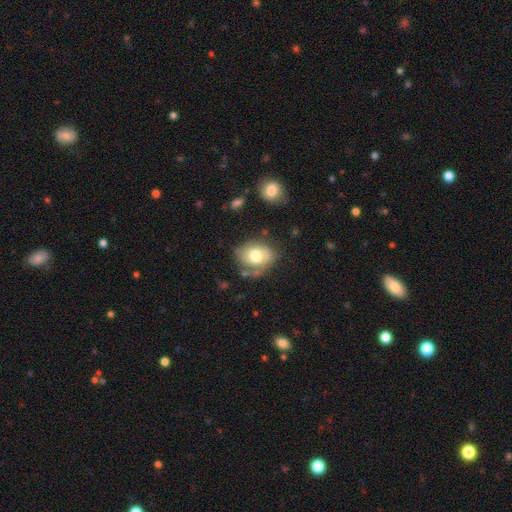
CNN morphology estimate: Q: Smooth or featured?
A: smooth (63%); runner-up: featured or disk (30%)
Q: How rounded?
A: in between (63%); runner-up: round (36%)
Q: Merging?
A: none (57%); runner-up: minor disturbance (25%)